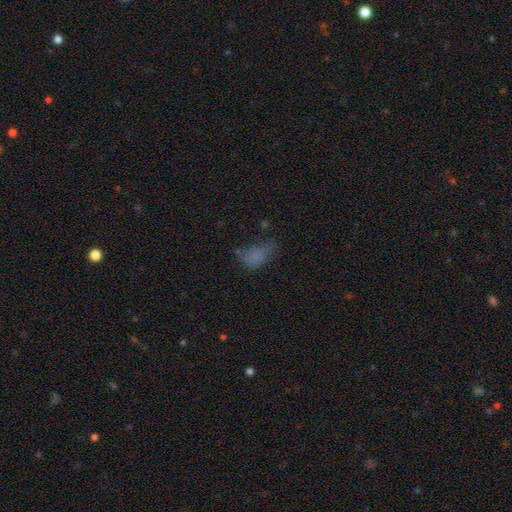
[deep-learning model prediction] The model was most divided on "merging": none: 39%, minor disturbance: 30%, major disturbance: 25%, merger: 6%. More confident: how rounded — in between (86%); smooth or featured — smooth (69%).